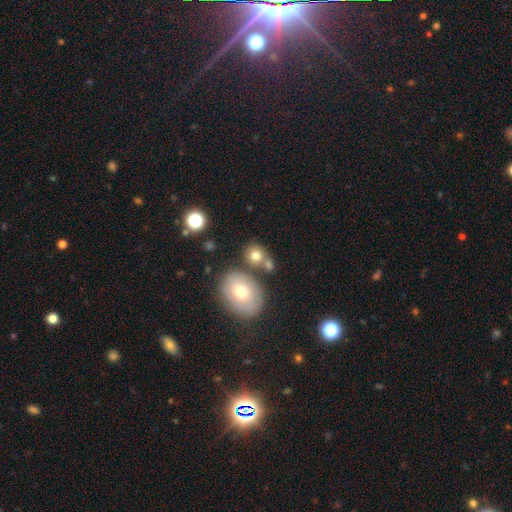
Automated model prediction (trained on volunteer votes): Smooth or featured?
  - smooth: 76% *
  - featured or disk: 13%
  - star or artifact: 11%
How rounded?
  - round: 72% *
  - in between: 26%
  - cigar-shaped: 1%
Merging?
  - none: 58% *
  - merger: 26%
  - minor disturbance: 11%
  - major disturbance: 4%